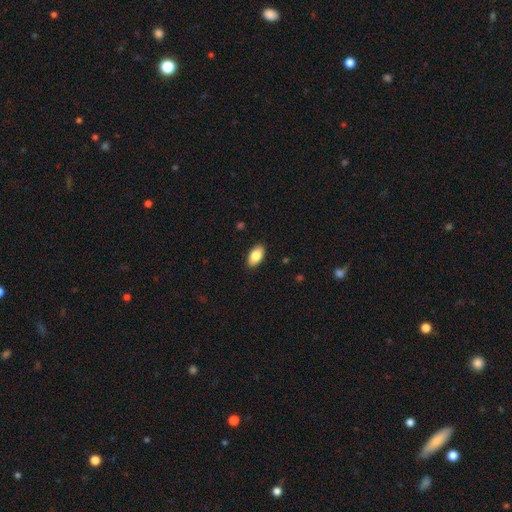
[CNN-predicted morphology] smooth 85%, featured or disk 8%, star or artifact 7%. Down the decision tree: how rounded — in between (94%); merging — none (89%).